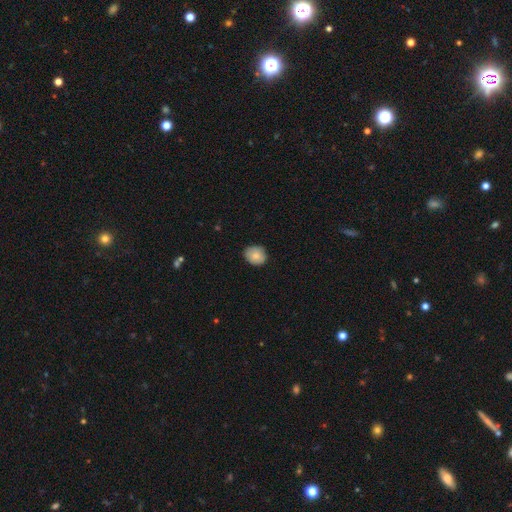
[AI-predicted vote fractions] Smooth or featured? smooth (81%)
How rounded? round (72%)
Merging? none (83%)